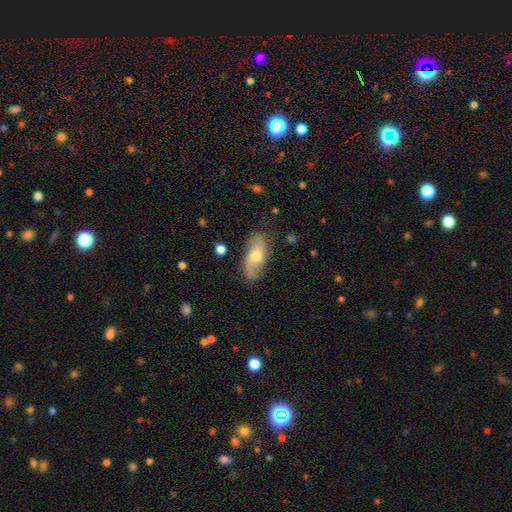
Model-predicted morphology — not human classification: Smooth or featured?
  - featured or disk: 50% *
  - smooth: 43%
  - star or artifact: 7%
Edge-on disk?
  - no: 87% *
  - yes: 13%
Merging?
  - none: 71% *
  - minor disturbance: 20%
  - major disturbance: 7%
  - merger: 2%